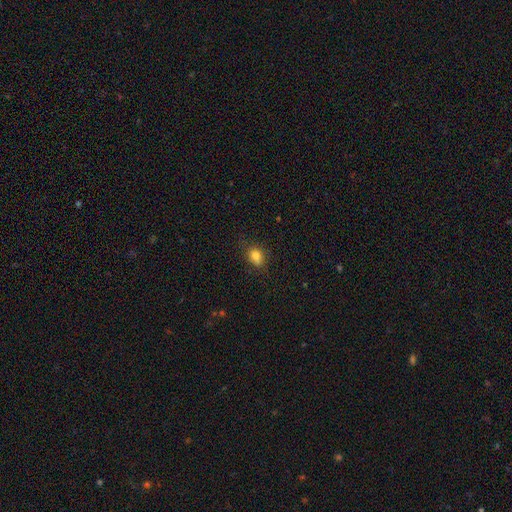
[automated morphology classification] A smooth galaxy with no disk features (80%) that is in between round and cigar-shaped (54%).

Vote fractions:
- Smooth or featured? smooth: 80% / star or artifact: 12% / featured or disk: 8%
- How rounded? in between: 54% / round: 45% / cigar-shaped: 2%
- Merging? none: 69% / minor disturbance: 22% / major disturbance: 6% / merger: 3%